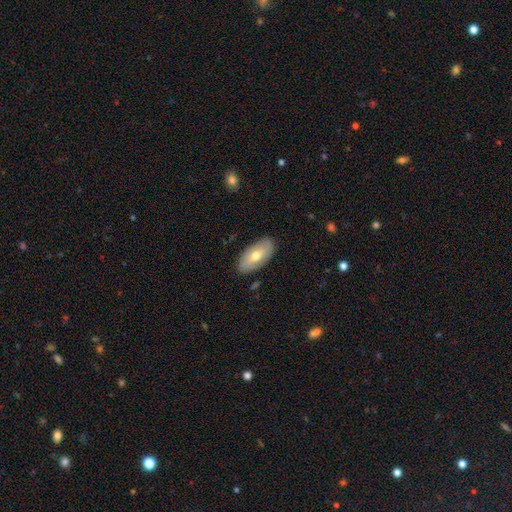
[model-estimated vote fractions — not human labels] Morphology: type=smooth (61%); roundness=in between (93%); merging=none (85%).